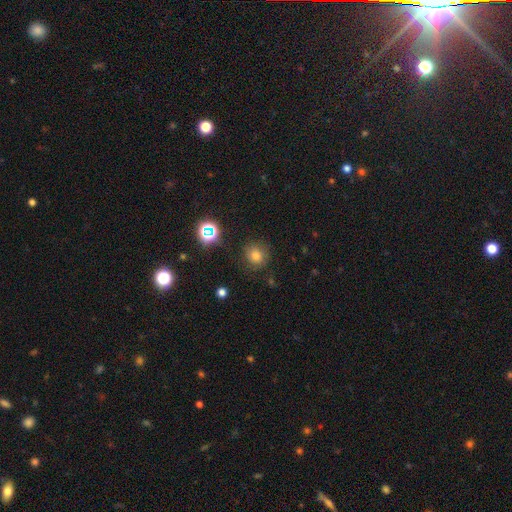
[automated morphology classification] smooth_or_featured: smooth (p=0.73) [alt: star or artifact p=0.19]
how_rounded: round (p=0.86) [alt: in between p=0.13]
merging: none (p=0.81) [alt: minor disturbance p=0.13]